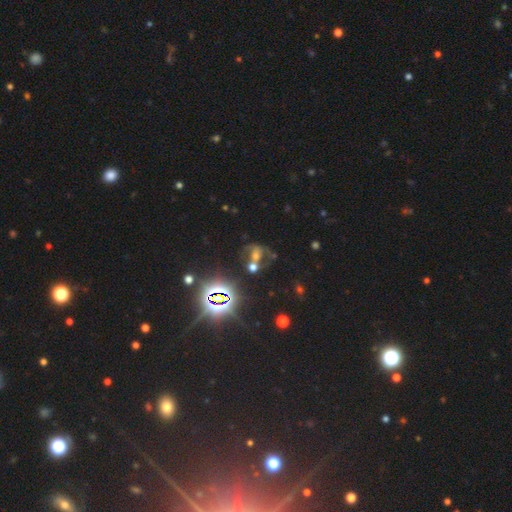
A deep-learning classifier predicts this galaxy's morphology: The model was most divided on "smooth or featured": star or artifact: 47%, smooth: 29%, featured or disk: 24%.